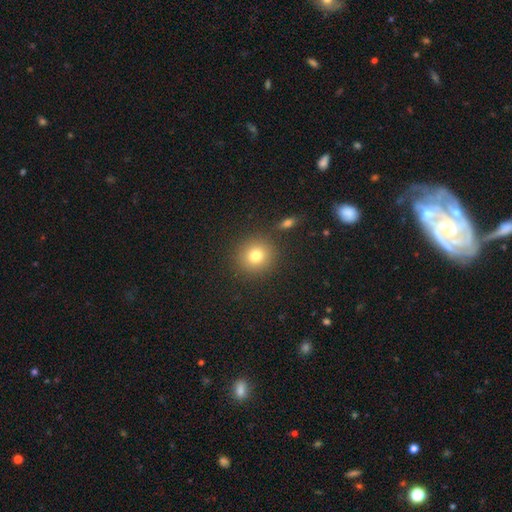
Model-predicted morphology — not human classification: type=smooth (78%); roundness=round (90%); merging=none (86%).